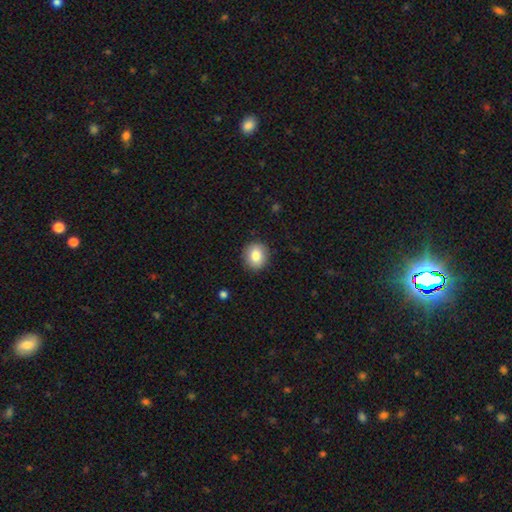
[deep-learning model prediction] smooth_or_featured: smooth (p=0.83) [alt: star or artifact p=0.09]
how_rounded: round (p=0.79) [alt: in between p=0.20]
merging: none (p=0.89) [alt: minor disturbance p=0.07]